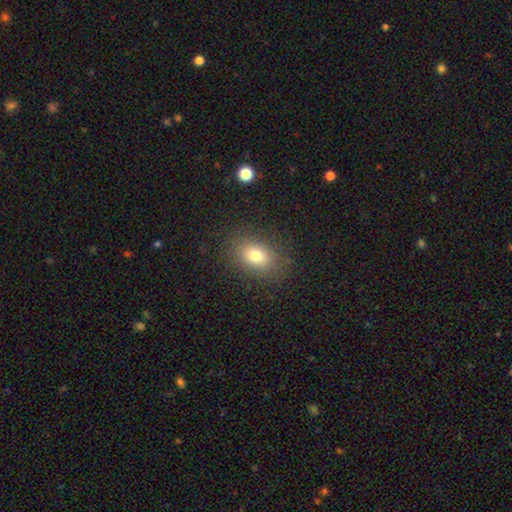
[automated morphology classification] The model was most divided on "how rounded": in between: 71%, round: 27%, cigar-shaped: 1%. More confident: merging — none (85%); smooth or featured — smooth (78%).